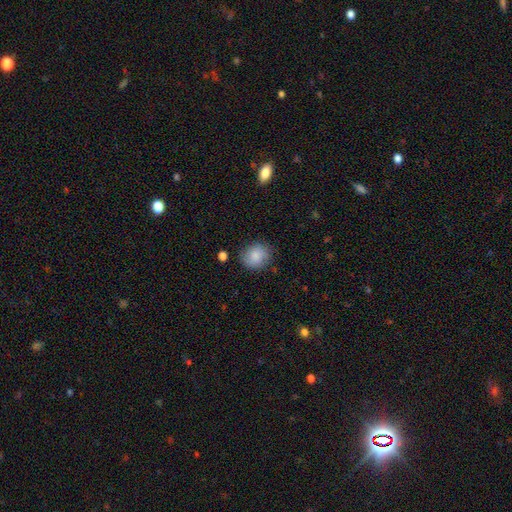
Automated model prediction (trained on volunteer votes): The model was most divided on "how rounded": round: 70%, in between: 29%, cigar-shaped: 1%. More confident: smooth or featured — smooth (83%); merging — none (80%).